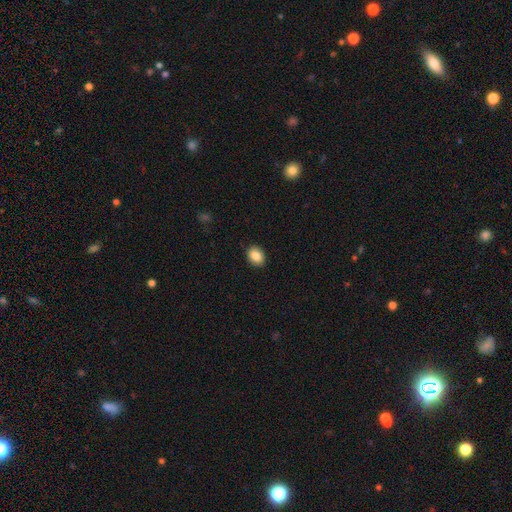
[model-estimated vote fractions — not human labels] A smooth galaxy with no disk features (87%) that is in between round and cigar-shaped (60%). Merging: none (90%).